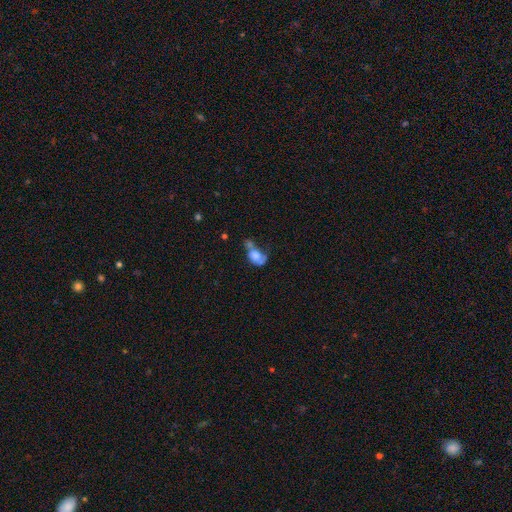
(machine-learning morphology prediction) A smooth galaxy with no disk features (60%) that is in between round and cigar-shaped (71%). Merging: merger (42%).